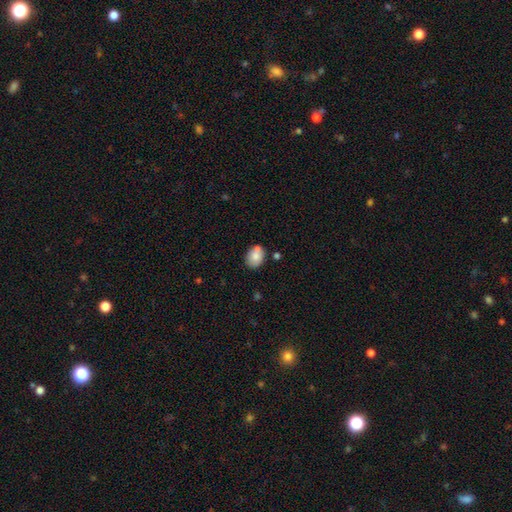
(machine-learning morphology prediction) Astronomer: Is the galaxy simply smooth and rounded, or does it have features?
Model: smooth — 82%.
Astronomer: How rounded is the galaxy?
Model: in between — 68%.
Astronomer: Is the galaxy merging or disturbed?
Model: none — 69%.